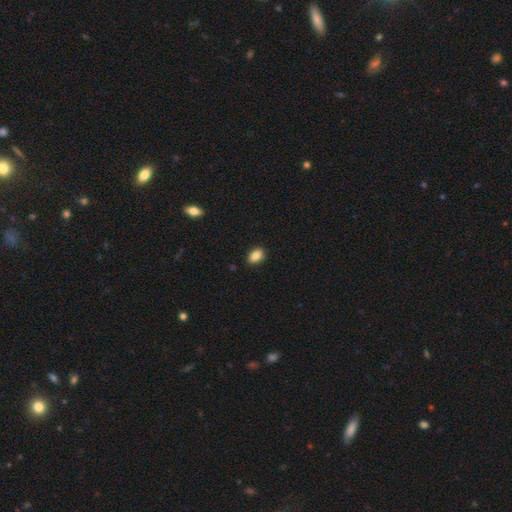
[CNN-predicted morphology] Smooth or featured? Predicted: smooth (p=0.87). How rounded? Predicted: in between (p=0.86). Merging? Predicted: none (p=0.88).